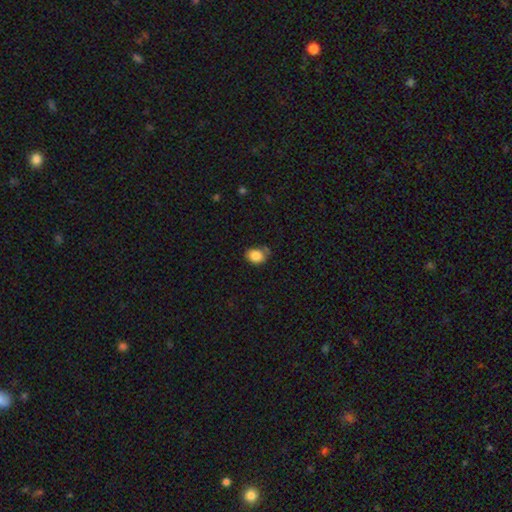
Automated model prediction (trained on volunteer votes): Smooth or featured: smooth — 85% (star or artifact — 9%)
How rounded: in between — 57% (round — 42%)
Merging: none — 63% (minor disturbance — 26%)